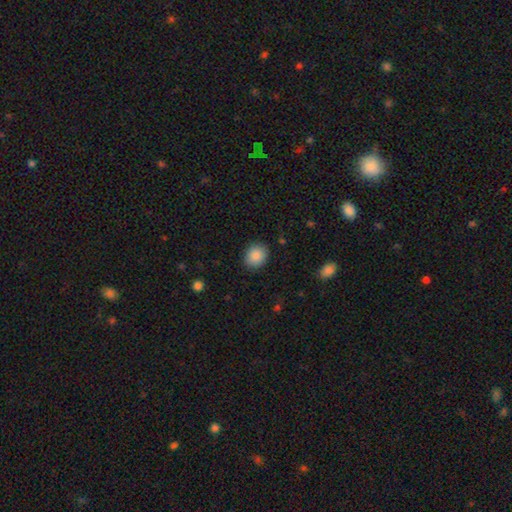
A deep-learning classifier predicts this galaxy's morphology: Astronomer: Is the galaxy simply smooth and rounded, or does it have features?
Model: smooth — 88%.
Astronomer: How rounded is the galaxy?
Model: round — 67%.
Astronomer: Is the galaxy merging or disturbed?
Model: none — 88%.